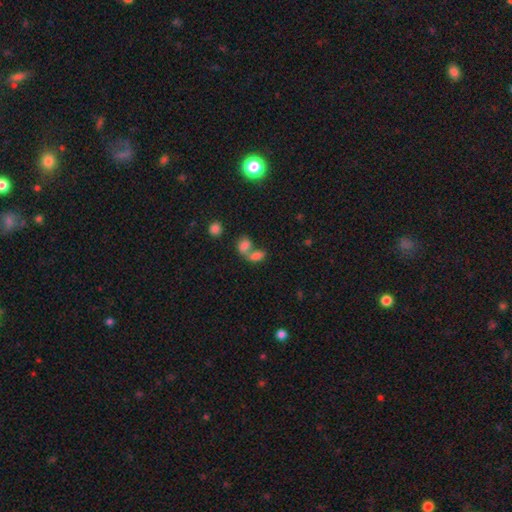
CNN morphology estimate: Smooth or featured?
  - smooth: 76% *
  - star or artifact: 12%
  - featured or disk: 11%
How rounded?
  - in between: 84% *
  - round: 12%
  - cigar-shaped: 3%
Merging?
  - merger: 66% *
  - none: 23%
  - minor disturbance: 6%
  - major disturbance: 4%